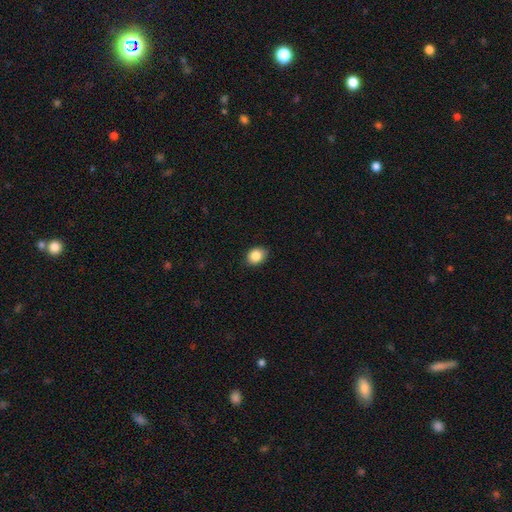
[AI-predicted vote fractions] Smooth or featured?
  - smooth: 87% *
  - star or artifact: 8%
  - featured or disk: 5%
How rounded?
  - in between: 57% *
  - round: 42%
  - cigar-shaped: 1%
Merging?
  - none: 87% *
  - minor disturbance: 10%
  - major disturbance: 2%
  - merger: 1%